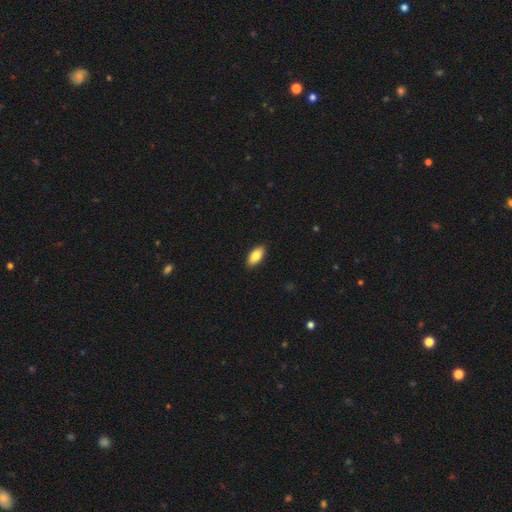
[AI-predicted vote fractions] The model was most divided on "smooth or featured": smooth: 84%, featured or disk: 9%, star or artifact: 6%. More confident: how rounded — in between (92%); merging — none (90%).